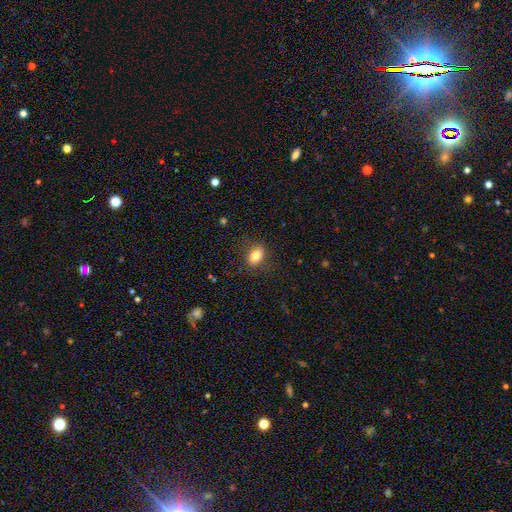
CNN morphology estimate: This appears to be a smooth galaxy with no disk features (81%) that is in between round and cigar-shaped (79%). Merging: none (84%).